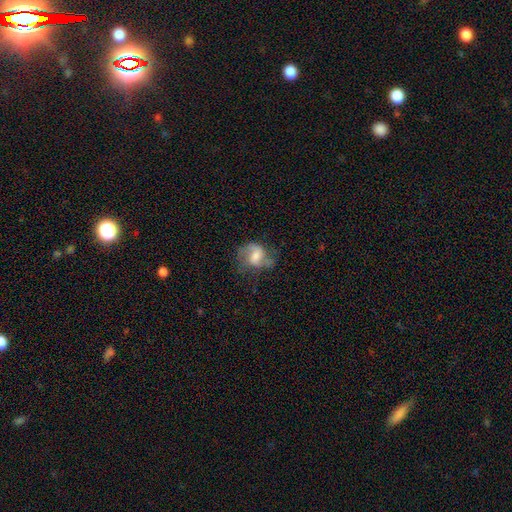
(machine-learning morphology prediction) A featured or disk galaxy (58%) with a weak bar (48%), spiral arms (83%) and a moderate central bulge (44%). Merging: none (51%).